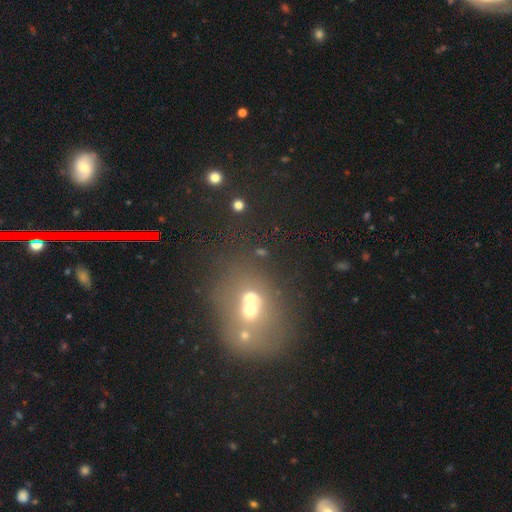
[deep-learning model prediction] Overall: smooth (45%; star or artifact 35%). Merging: none (42%; merger 38%).